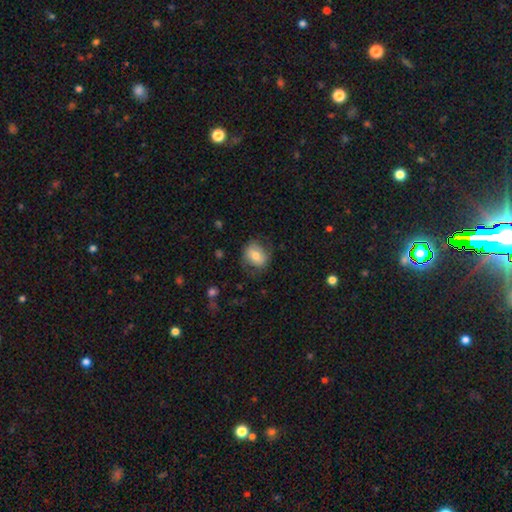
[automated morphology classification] The model was most divided on "how rounded": round: 56%, in between: 43%, cigar-shaped: 1%. More confident: merging — none (70%); smooth or featured — smooth (66%).